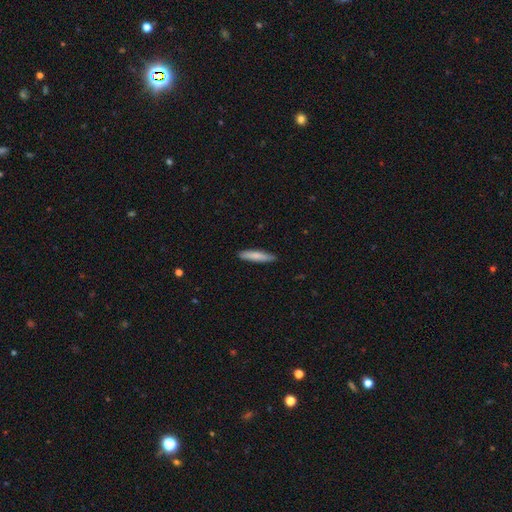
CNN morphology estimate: The model was most divided on "smooth or featured": smooth: 80%, featured or disk: 15%, star or artifact: 5%. More confident: merging — none (87%); how rounded — cigar-shaped (86%).